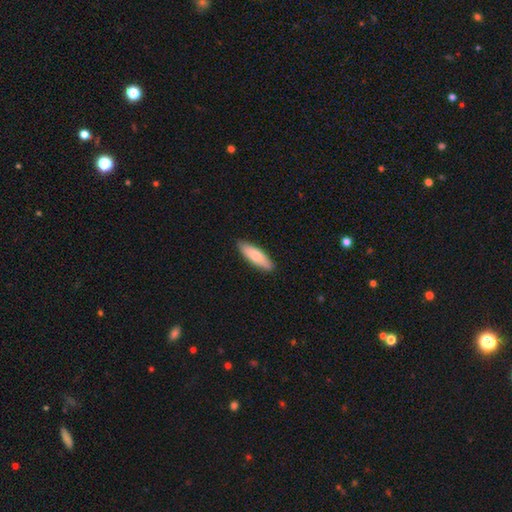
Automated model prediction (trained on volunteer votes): Morphology: type=smooth (78%); roundness=cigar-shaped (52%); merging=none (88%).